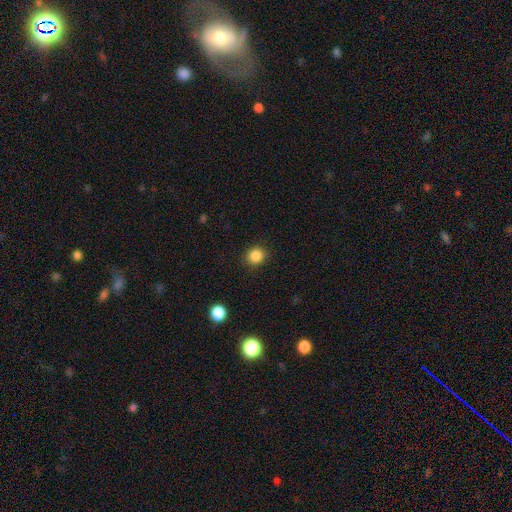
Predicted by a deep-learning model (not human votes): Smooth or featured?
  - smooth: 86% *
  - star or artifact: 11%
  - featured or disk: 3%
How rounded?
  - round: 85% *
  - in between: 14%
  - cigar-shaped: 1%
Merging?
  - none: 90% *
  - minor disturbance: 7%
  - major disturbance: 2%
  - merger: 1%